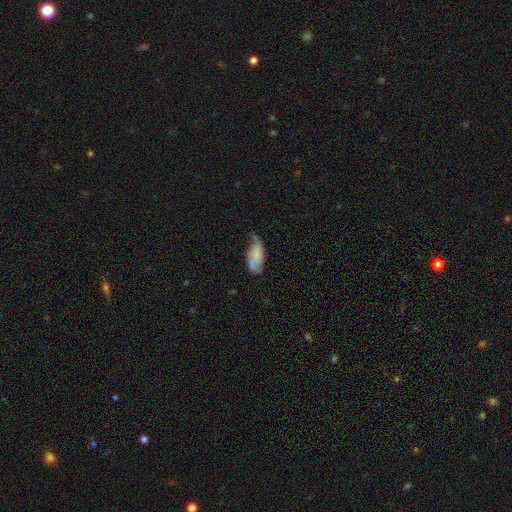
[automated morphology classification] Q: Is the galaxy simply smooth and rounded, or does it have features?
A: smooth — 52%.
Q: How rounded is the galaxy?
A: in between — 88%.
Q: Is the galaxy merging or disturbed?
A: minor disturbance — 38%.